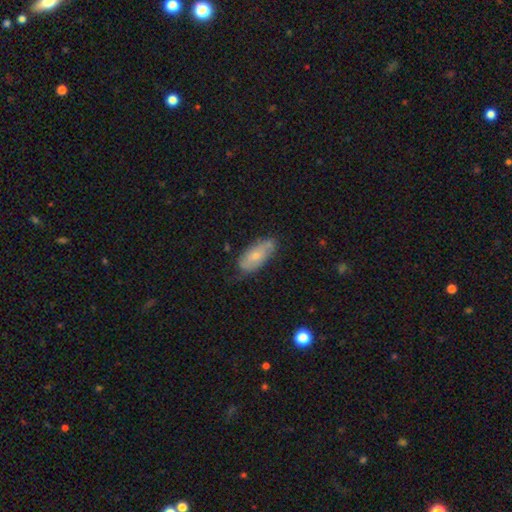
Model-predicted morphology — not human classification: Smooth or featured? smooth (53%)
How rounded? in between (83%)
Merging? none (64%)